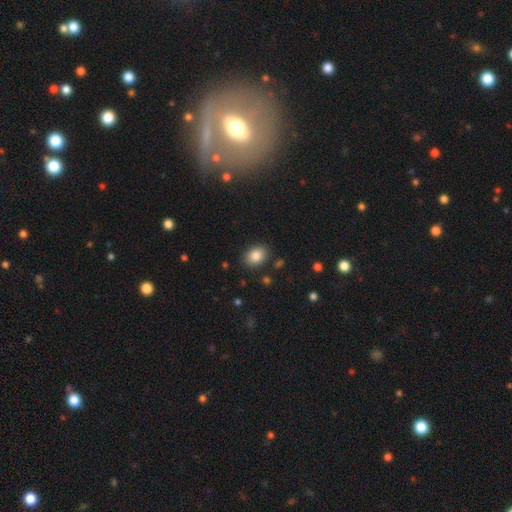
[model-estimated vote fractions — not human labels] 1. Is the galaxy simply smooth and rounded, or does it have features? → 83% smooth, 9% star or artifact, 7% featured or disk.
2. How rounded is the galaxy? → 67% in between, 32% round, 1% cigar-shaped.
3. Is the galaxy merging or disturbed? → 86% none, 9% minor disturbance, 2% major disturbance, 2% merger.